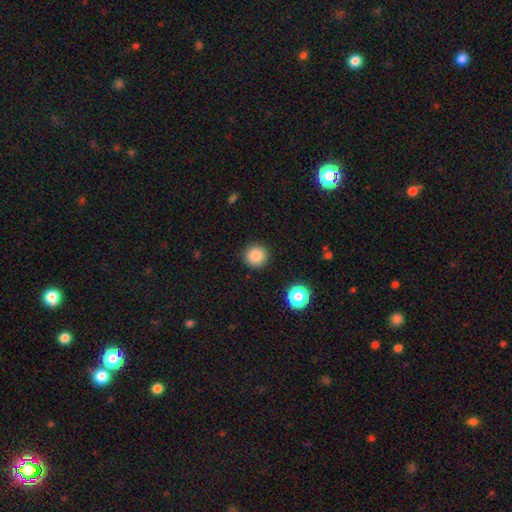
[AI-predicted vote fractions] Overall: smooth (86%). How rounded: round (95%). Merging: none (91%).